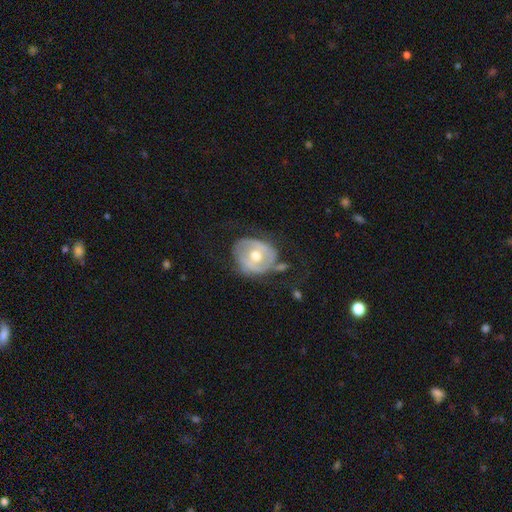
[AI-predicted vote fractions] Smooth or featured?
  - featured or disk: 60% *
  - smooth: 33%
  - star or artifact: 6%
Edge-on disk?
  - no: 95% *
  - yes: 5%
Bar?
  - no: 64% *
  - weak: 27%
  - strong: 9%
Spiral arms?
  - yes: 51% *
  - no: 49%
Bulge size?
  - moderate: 79% *
  - small: 14%
  - large: 5%
  - none: 1%
  - dominant: 1%
Merging?
  - none: 52% *
  - minor disturbance: 27%
  - major disturbance: 15%
  - merger: 6%